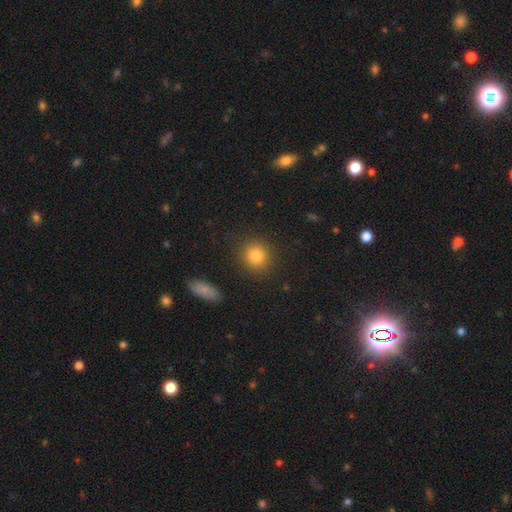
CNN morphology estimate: smooth-or-featured: smooth: 84% | star or artifact: 10% | featured or disk: 6%
  how-rounded: round: 84% | in between: 14% | cigar-shaped: 1%
  merging: none: 87% | minor disturbance: 8% | major disturbance: 3% | merger: 2%